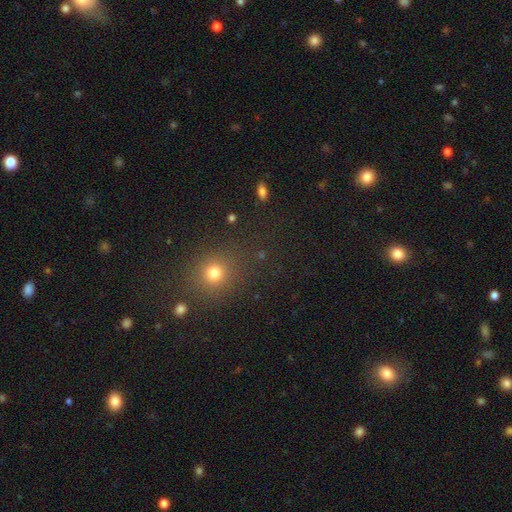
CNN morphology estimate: Q: Smooth or featured?
A: smooth (59%); runner-up: star or artifact (34%)
Q: How rounded?
A: round (84%); runner-up: in between (15%)
Q: Merging?
A: none (86%); runner-up: minor disturbance (8%)